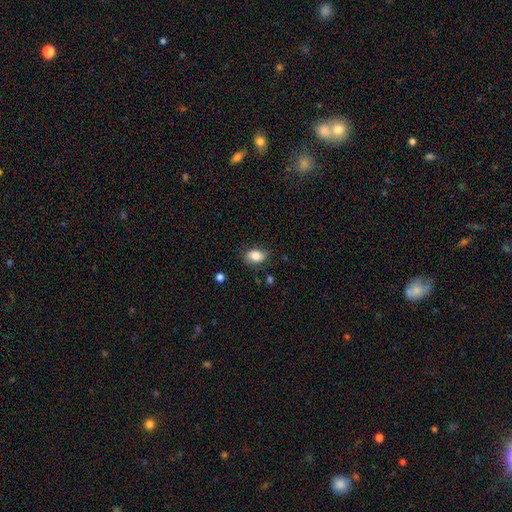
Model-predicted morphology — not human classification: type=smooth (81%); roundness=in between (78%); merging=none (75%).